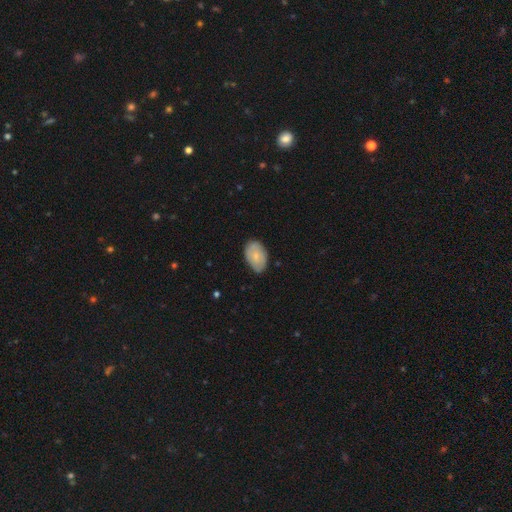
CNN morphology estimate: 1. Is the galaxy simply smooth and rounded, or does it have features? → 66% smooth, 28% featured or disk, 6% star or artifact.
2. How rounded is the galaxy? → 90% in between, 9% round, 1% cigar-shaped.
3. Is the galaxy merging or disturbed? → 75% none, 21% minor disturbance, 3% major disturbance, 1% merger.